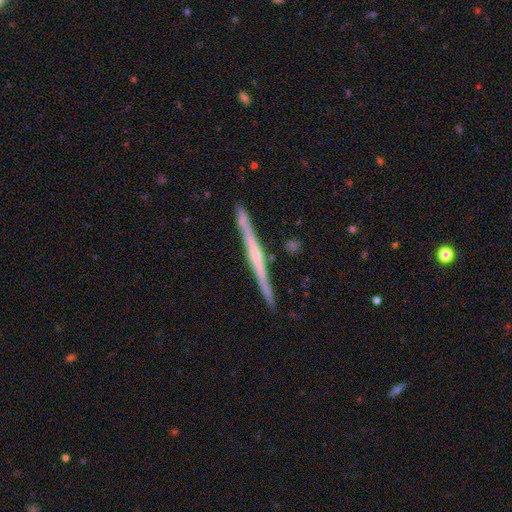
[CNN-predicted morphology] Q: Smooth or featured?
A: featured or disk (72%); runner-up: smooth (22%)
Q: Edge-on disk?
A: yes (98%); runner-up: no (2%)
Q: Edge-on bulge?
A: none (52%); runner-up: rounded (37%)
Q: Merging?
A: none (88%); runner-up: minor disturbance (8%)